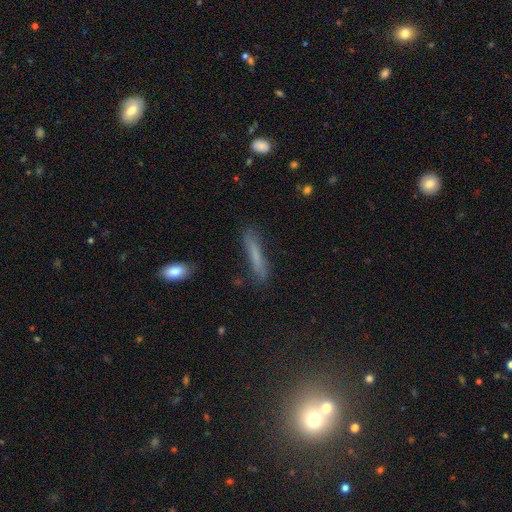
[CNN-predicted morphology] Smooth or featured?
  - smooth: 68% *
  - featured or disk: 23%
  - star or artifact: 10%
How rounded?
  - cigar-shaped: 92% *
  - in between: 6%
  - round: 2%
Merging?
  - none: 79% *
  - minor disturbance: 15%
  - major disturbance: 4%
  - merger: 2%